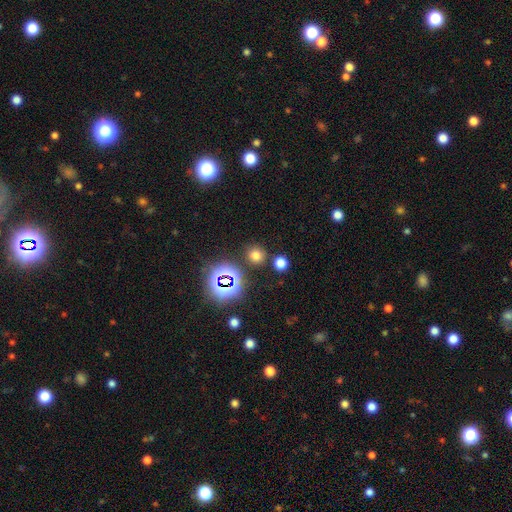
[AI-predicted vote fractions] Smooth or featured: smooth — 68% (star or artifact — 26%)
How rounded: round — 88% (in between — 11%)
Merging: none — 83% (minor disturbance — 7%)